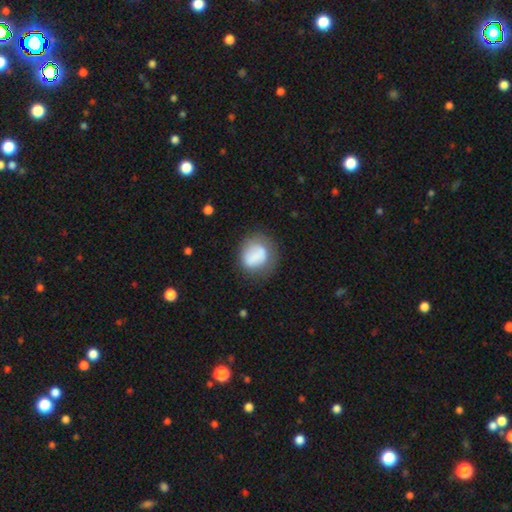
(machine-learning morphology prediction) type=smooth (73%); roundness=round (69%); merging=none (53%).